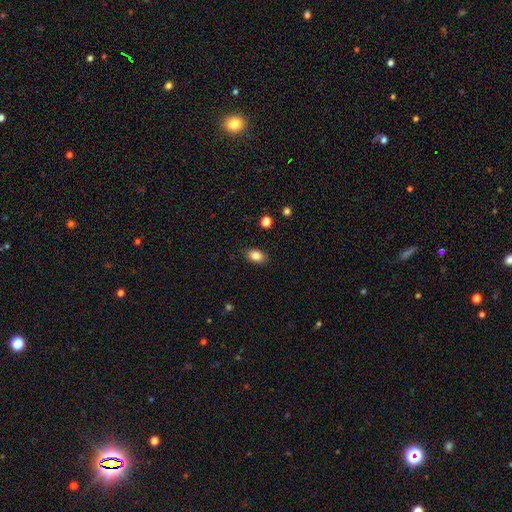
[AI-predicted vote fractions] smooth_or_featured: smooth (p=0.86) [alt: star or artifact p=0.08]
how_rounded: in between (p=0.89) [alt: round p=0.09]
merging: none (p=0.88) [alt: minor disturbance p=0.09]